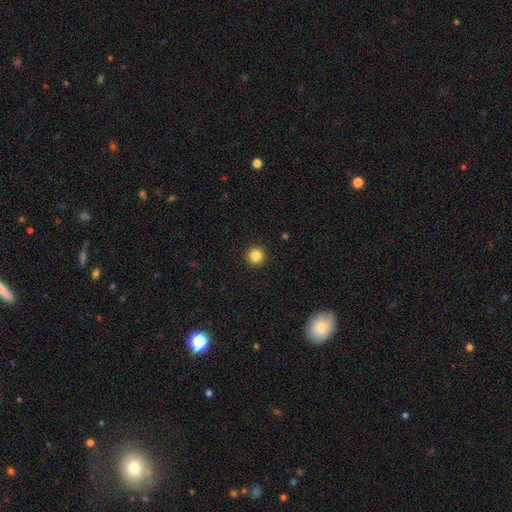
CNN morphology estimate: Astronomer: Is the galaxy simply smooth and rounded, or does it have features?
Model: smooth — 85%.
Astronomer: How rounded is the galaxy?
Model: round — 96%.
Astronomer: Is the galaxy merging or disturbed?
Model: none — 93%.